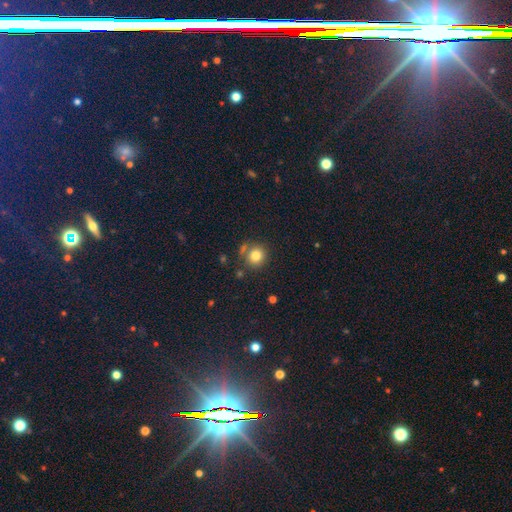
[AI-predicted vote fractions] This is clearly a smooth galaxy (81%). How rounded: clearly round (89%). Merging: likely none (74%).